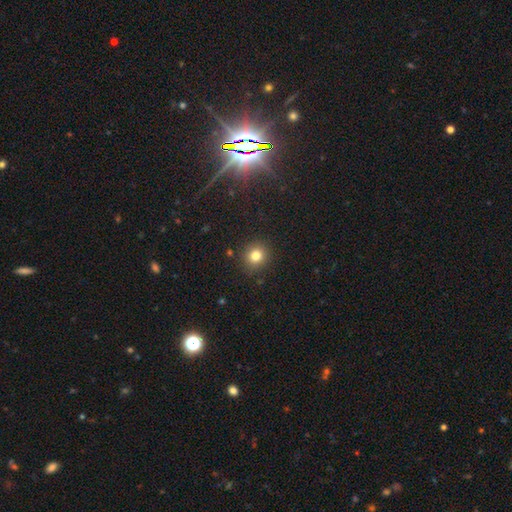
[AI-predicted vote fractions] smooth-or-featured: smooth: 80% | star or artifact: 13% | featured or disk: 7%
  how-rounded: round: 87% | in between: 12% | cigar-shaped: 1%
  merging: none: 89% | minor disturbance: 7% | major disturbance: 2% | merger: 1%